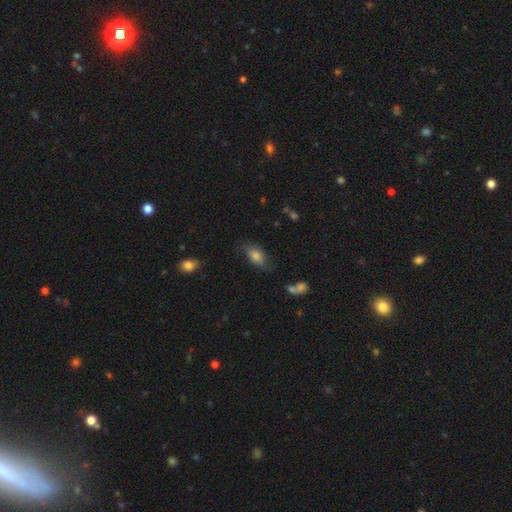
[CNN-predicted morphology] A smooth galaxy with no disk features (78%) that is in between round and cigar-shaped (88%).

Vote fractions:
- Smooth or featured? smooth: 78% / featured or disk: 14% / star or artifact: 8%
- How rounded? in between: 88% / round: 6% / cigar-shaped: 5%
- Merging? none: 69% / minor disturbance: 22% / major disturbance: 7% / merger: 3%